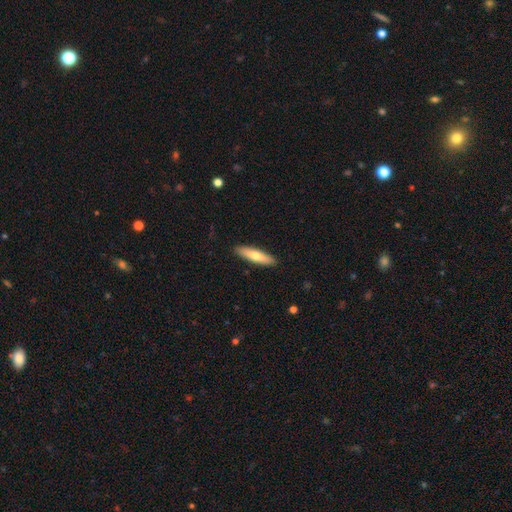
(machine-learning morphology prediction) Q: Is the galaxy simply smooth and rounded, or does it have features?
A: smooth — 68%.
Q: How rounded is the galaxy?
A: cigar-shaped — 74%.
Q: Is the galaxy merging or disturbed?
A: none — 91%.